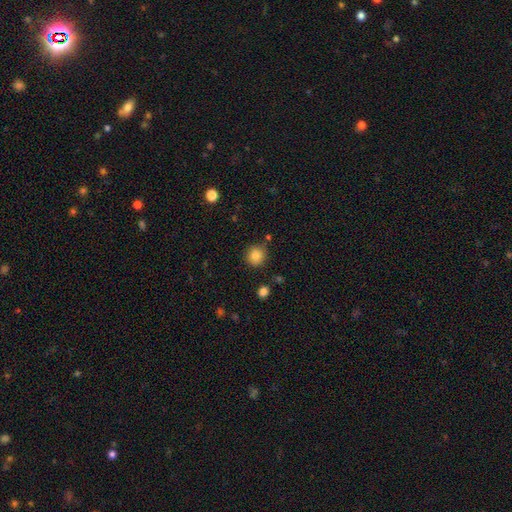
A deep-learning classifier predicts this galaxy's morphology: Overall: smooth (84%). How rounded: round (91%). Merging: none (84%).